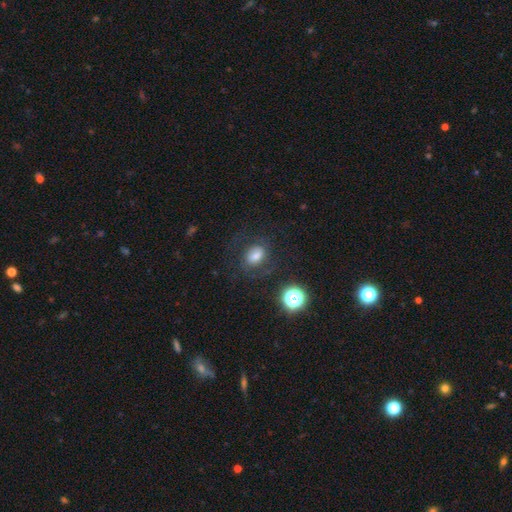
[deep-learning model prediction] Smooth or featured? smooth (63%)
How rounded? in between (63%)
Merging? none (67%)